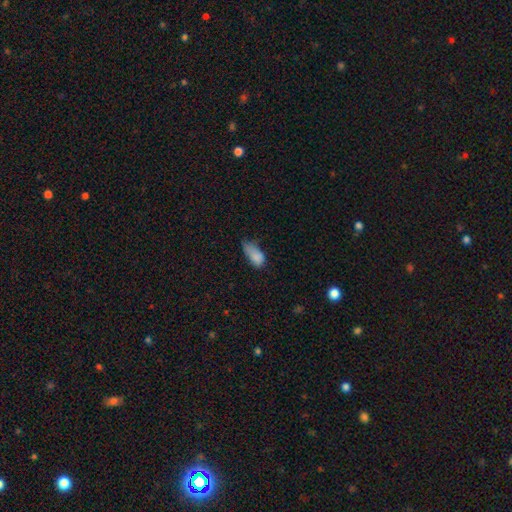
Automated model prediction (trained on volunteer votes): Smooth or featured?
  - smooth: 80% *
  - featured or disk: 10%
  - star or artifact: 10%
How rounded?
  - in between: 90% *
  - cigar-shaped: 6%
  - round: 4%
Merging?
  - minor disturbance: 46% *
  - major disturbance: 26%
  - none: 24%
  - merger: 4%